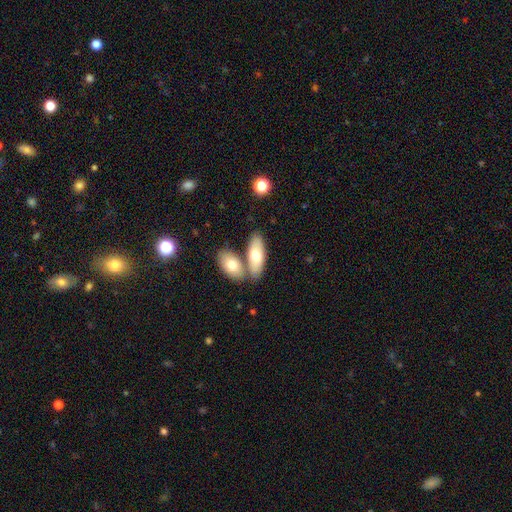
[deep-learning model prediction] A smooth galaxy with no disk features (69%) that is in between round and cigar-shaped (81%). Merging: none (53%).